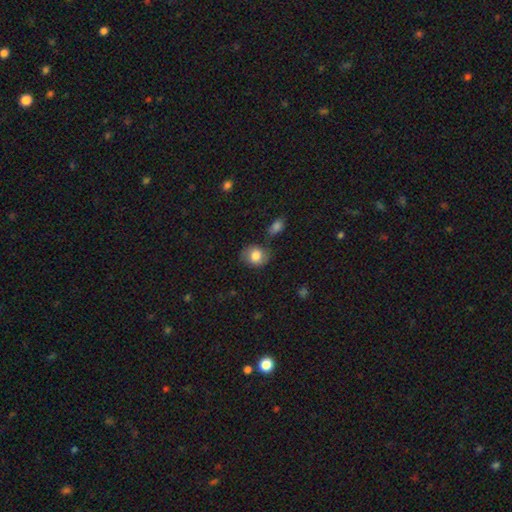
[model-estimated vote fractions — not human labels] smooth_or_featured: smooth (p=0.76) [alt: featured or disk p=0.16]
how_rounded: round (p=0.56) [alt: in between p=0.43]
merging: none (p=0.71) [alt: minor disturbance p=0.18]